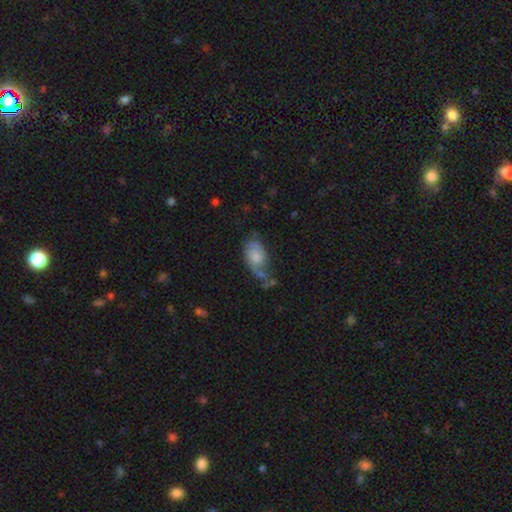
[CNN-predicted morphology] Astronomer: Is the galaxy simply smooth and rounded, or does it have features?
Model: featured or disk — 56% (runner-up: smooth, 36%).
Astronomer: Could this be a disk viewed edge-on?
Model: no — 95%.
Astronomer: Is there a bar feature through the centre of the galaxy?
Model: no — 70%.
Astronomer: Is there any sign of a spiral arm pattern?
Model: yes — 84%.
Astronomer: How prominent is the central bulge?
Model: moderate — 38%, tied with small at 38%.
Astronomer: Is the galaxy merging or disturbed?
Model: none — 38% (runner-up: minor disturbance, 30%).